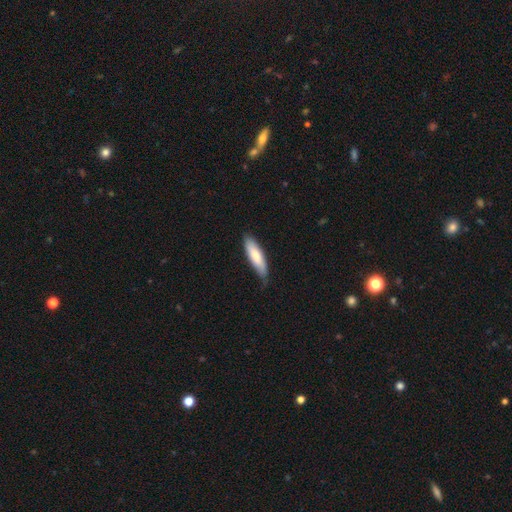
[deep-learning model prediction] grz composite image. It shows a smooth galaxy with no disk features (75%) that is cigar-shaped (55%). Merging: none (68%).